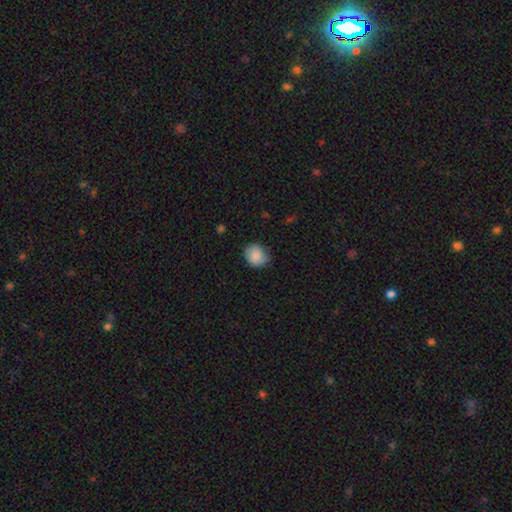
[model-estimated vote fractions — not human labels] Q: Smooth or featured?
A: smooth (85%); runner-up: featured or disk (8%)
Q: How rounded?
A: round (72%); runner-up: in between (27%)
Q: Merging?
A: none (75%); runner-up: minor disturbance (21%)